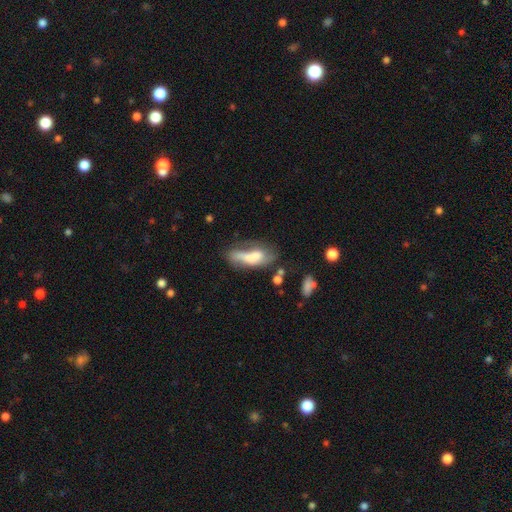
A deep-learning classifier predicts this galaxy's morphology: type=smooth (58%); roundness=in between (69%); merging=major disturbance (28%, tied with none).